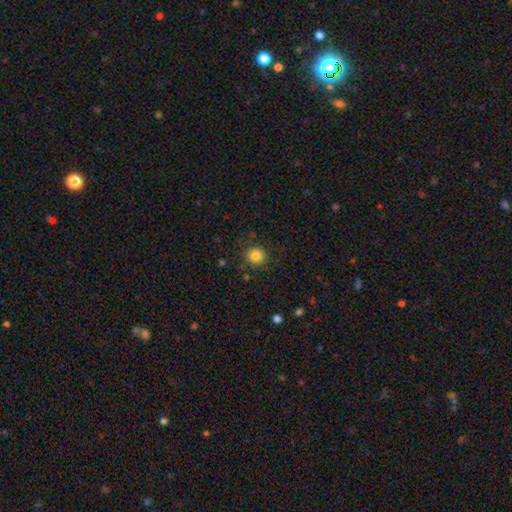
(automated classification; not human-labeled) Overall: smooth (83%). How rounded: round (92%). Merging: none (87%).